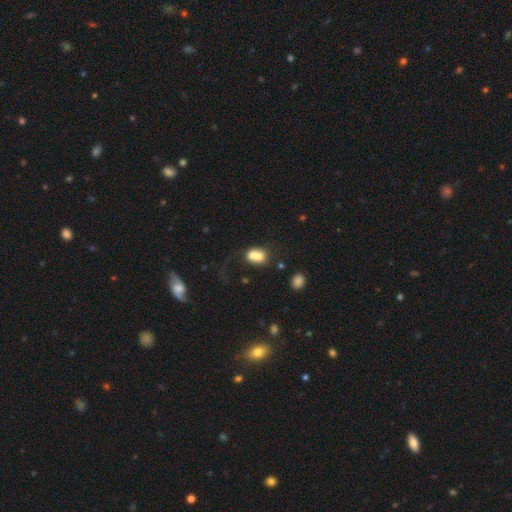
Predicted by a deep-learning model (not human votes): Smooth or featured?
  - smooth: 70% *
  - featured or disk: 19%
  - star or artifact: 11%
How rounded?
  - in between: 57% *
  - round: 42%
  - cigar-shaped: 2%
Merging?
  - merger: 58% *
  - none: 24%
  - minor disturbance: 10%
  - major disturbance: 8%